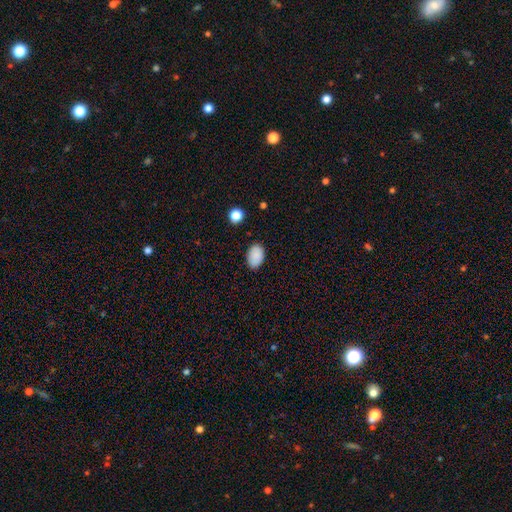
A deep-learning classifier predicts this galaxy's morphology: This is clearly a smooth galaxy (89%). How rounded: clearly in between (89%). Merging: clearly none (86%).